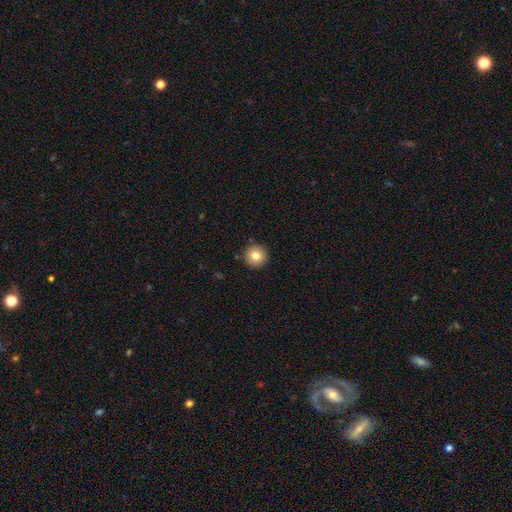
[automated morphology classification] Smooth or featured? smooth (80%)
How rounded? round (96%)
Merging? none (92%)